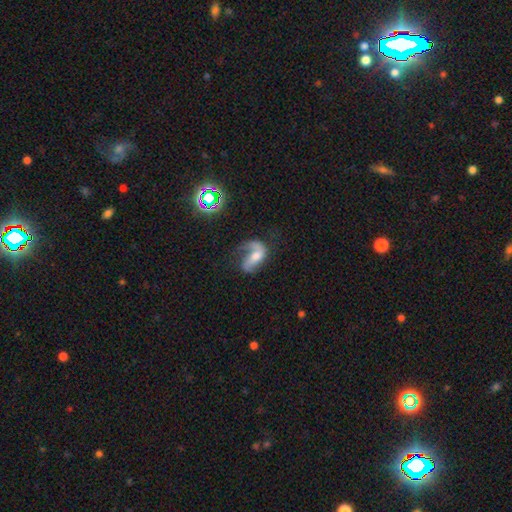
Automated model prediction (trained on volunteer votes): Overall: featured or disk (71%). Edge-on disk: no (96%). Bar: no (42%; weak 36%). Spiral arms: yes (89%). Spiral arm count: 2 (53%; 1 40%). Spiral winding: loose (55%; medium 34%). Bulge size: moderate (50%; small 29%). Merging: none (39%; major disturbance 35%).